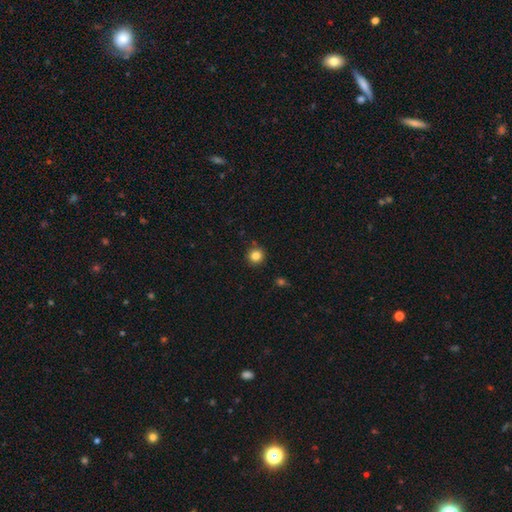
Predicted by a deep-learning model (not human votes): This is clearly a smooth galaxy (84%). How rounded: clearly round (92%). Merging: clearly none (89%).